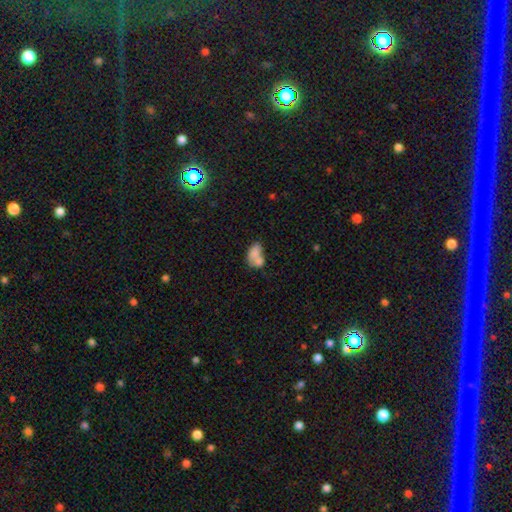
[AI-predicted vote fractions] Q: Smooth or featured?
A: smooth (73%); runner-up: featured or disk (18%)
Q: How rounded?
A: in between (82%); runner-up: round (17%)
Q: Merging?
A: merger (62%); runner-up: none (21%)